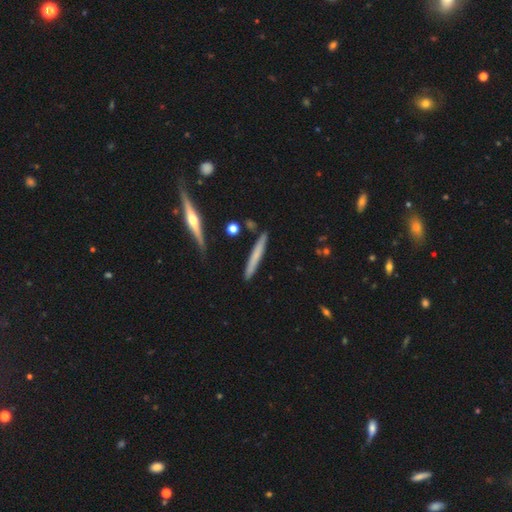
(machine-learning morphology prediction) This is possibly a smooth galaxy (55%). How rounded: clearly cigar-shaped (95%). Merging: clearly none (85%).